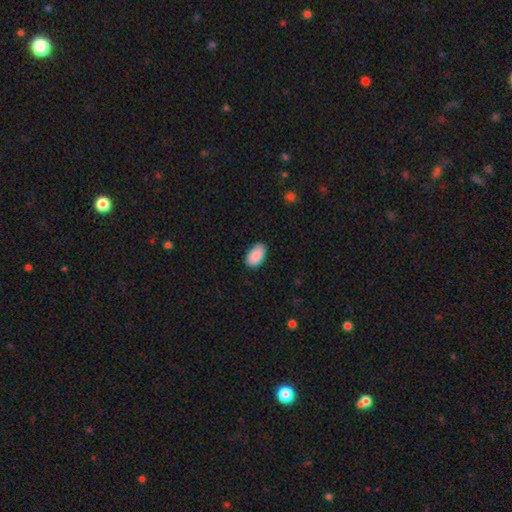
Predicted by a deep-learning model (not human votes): Smooth or featured?
  - smooth: 91% *
  - star or artifact: 6%
  - featured or disk: 3%
How rounded?
  - in between: 94% *
  - round: 4%
  - cigar-shaped: 1%
Merging?
  - none: 85% *
  - minor disturbance: 12%
  - major disturbance: 2%
  - merger: 1%